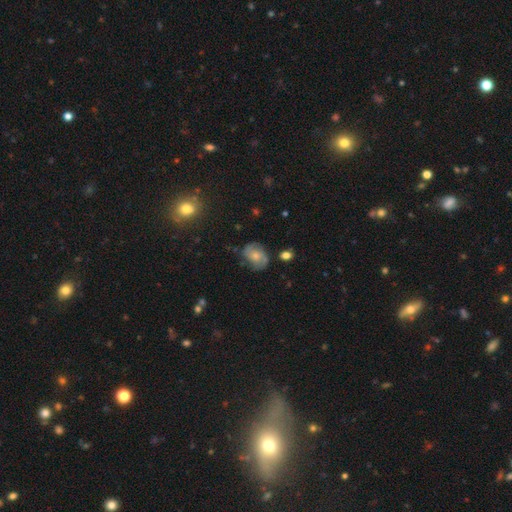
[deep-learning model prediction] smooth-or-featured: featured or disk: 53% | smooth: 37% | star or artifact: 9%
  disk-edge-on: no: 96% | yes: 4%
    bar: no: 74% | weak: 22% | strong: 4%
    has-spiral-arms: yes: 82% | no: 18%
    bulge-size: moderate: 48% | small: 41% | none: 5% | large: 5% | dominant: 1%
  merging: none: 65% | minor disturbance: 23% | major disturbance: 8% | merger: 3%